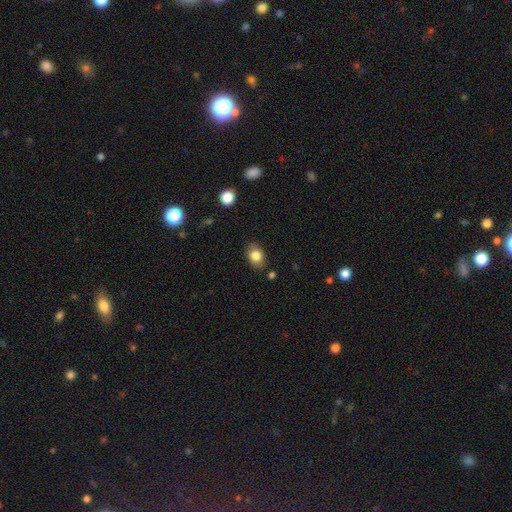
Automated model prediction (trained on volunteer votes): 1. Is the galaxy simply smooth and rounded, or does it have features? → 82% smooth, 9% featured or disk, 9% star or artifact.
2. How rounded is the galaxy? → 71% in between, 28% round, 1% cigar-shaped.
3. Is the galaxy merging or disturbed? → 81% none, 13% minor disturbance, 3% major disturbance, 2% merger.